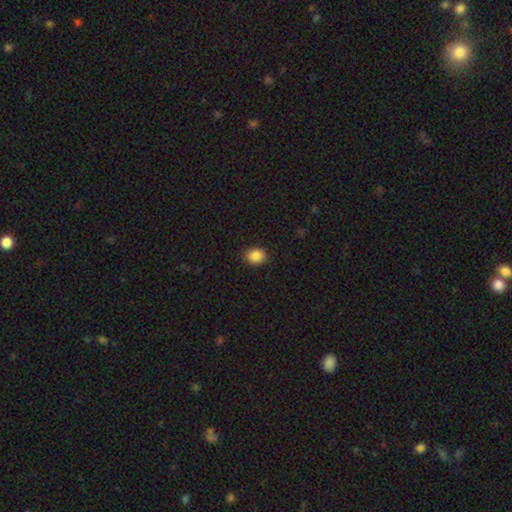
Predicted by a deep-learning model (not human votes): smooth-or-featured: smooth: 87% | star or artifact: 9% | featured or disk: 4%
  how-rounded: round: 55% | in between: 44% | cigar-shaped: 1%
  merging: none: 88% | minor disturbance: 9% | major disturbance: 2% | merger: 1%